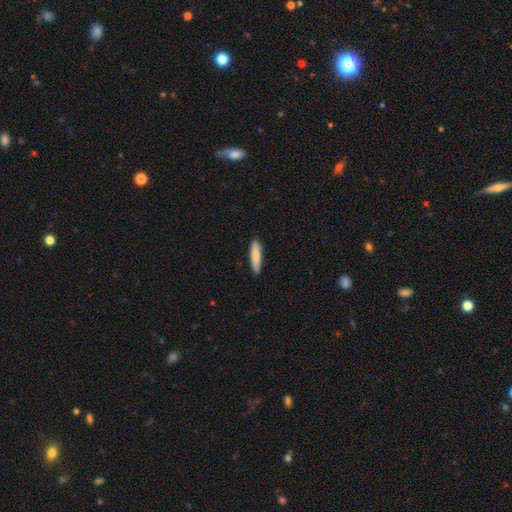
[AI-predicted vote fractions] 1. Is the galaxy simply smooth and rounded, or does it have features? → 81% smooth, 13% featured or disk, 6% star or artifact.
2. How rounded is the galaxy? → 84% cigar-shaped, 15% in between, 1% round.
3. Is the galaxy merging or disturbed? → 89% none, 8% minor disturbance, 2% major disturbance, 1% merger.